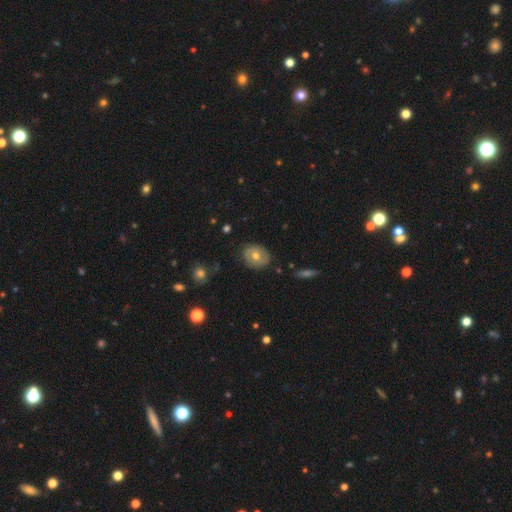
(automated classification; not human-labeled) Smooth or featured? Predicted: smooth (p=0.57). How rounded? Predicted: round (p=0.57). Merging? Predicted: none (p=0.83).